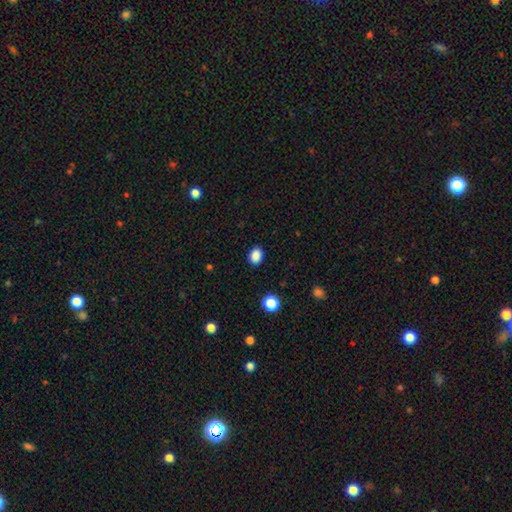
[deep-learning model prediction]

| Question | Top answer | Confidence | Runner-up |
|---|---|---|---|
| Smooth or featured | smooth | 87% | star or artifact (10%) |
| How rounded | in between | 57% | round (42%) |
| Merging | none | 88% | minor disturbance (8%) |